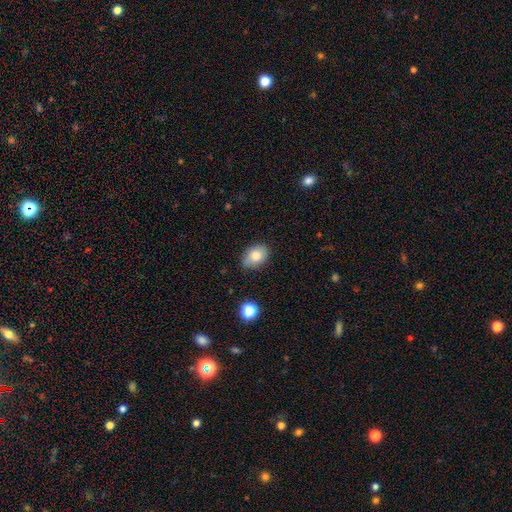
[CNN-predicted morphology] Smooth or featured? Predicted: smooth (p=0.82). How rounded? Predicted: in between (p=0.74). Merging? Predicted: none (p=0.70).